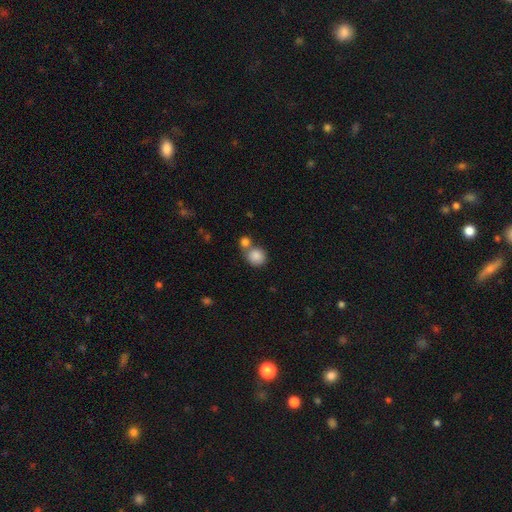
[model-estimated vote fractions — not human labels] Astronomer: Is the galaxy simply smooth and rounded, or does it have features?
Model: smooth — 86%.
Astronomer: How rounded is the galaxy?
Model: round — 85%.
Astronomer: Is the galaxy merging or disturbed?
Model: none — 49% (runner-up: merger, 39%).